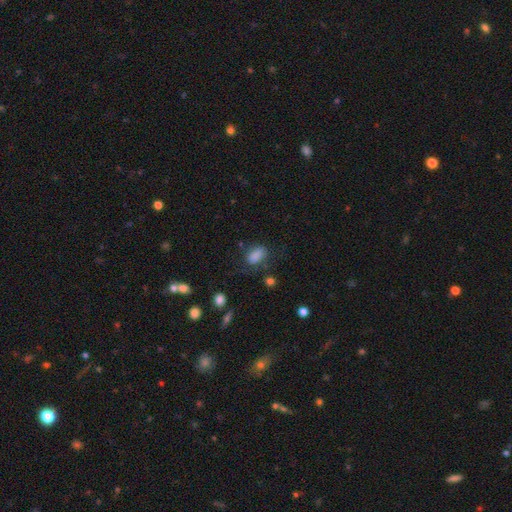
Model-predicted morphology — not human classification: Smooth or featured: smooth — 84% (star or artifact — 10%)
How rounded: in between — 87% (round — 11%)
Merging: none — 63% (minor disturbance — 22%)